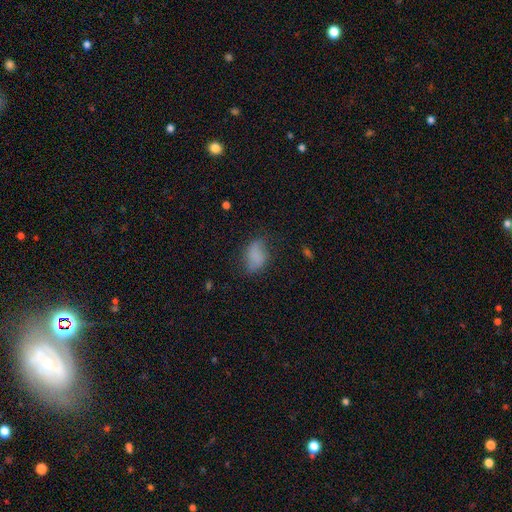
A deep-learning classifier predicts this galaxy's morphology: This appears to be a smooth galaxy with no disk features (75%) that is in between round and cigar-shaped (85%). Merging: none (62%).